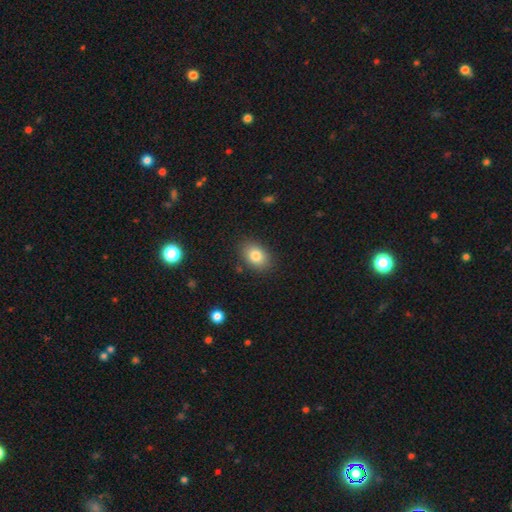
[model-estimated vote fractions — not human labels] Overall: smooth (82%). How rounded: in between (75%). Merging: none (85%).